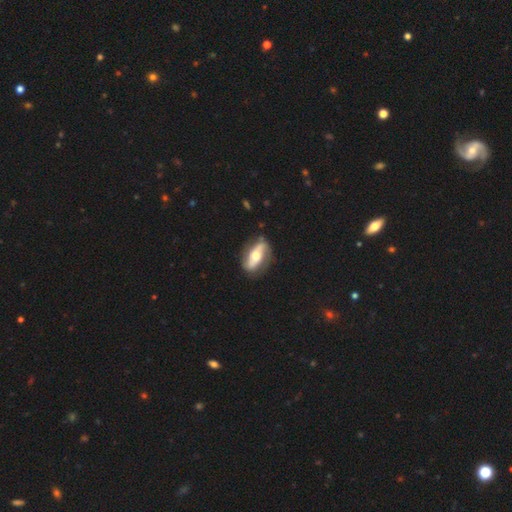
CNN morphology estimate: The model was most divided on "bar": no: 42%, strong: 32%, weak: 26%. More confident: edge-on disk — no (88%); spiral arms — yes (81%); merging — none (73%); smooth or featured — featured or disk (69%); bulge size — moderate (66%).